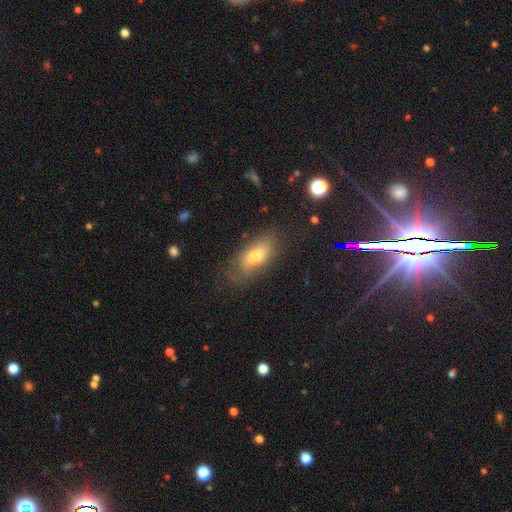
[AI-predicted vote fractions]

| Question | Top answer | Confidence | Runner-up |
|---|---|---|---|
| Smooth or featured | smooth | 69% | featured or disk (21%) |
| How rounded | in between | 82% | cigar-shaped (14%) |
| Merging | none | 67% | minor disturbance (22%) |